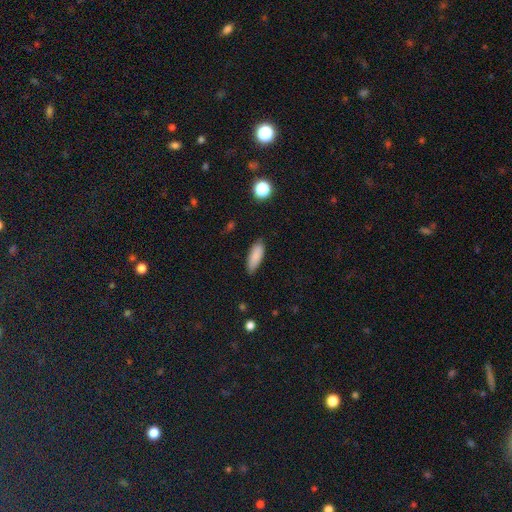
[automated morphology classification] The model was most divided on "how rounded": in between: 65%, cigar-shaped: 33%, round: 2%. More confident: smooth or featured — smooth (85%); merging — none (81%).